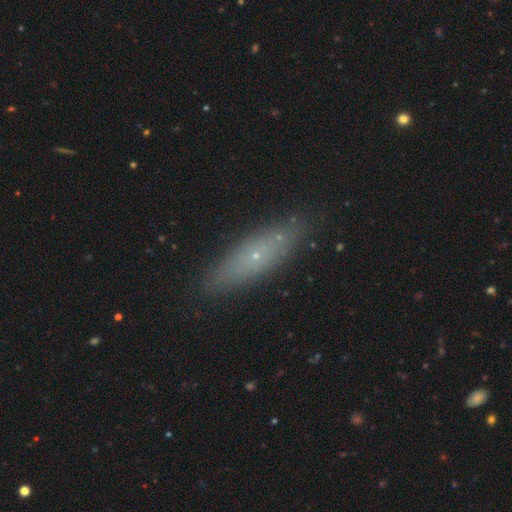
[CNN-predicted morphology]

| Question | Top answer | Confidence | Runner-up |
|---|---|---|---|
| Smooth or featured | smooth | 48% | featured or disk (41%) |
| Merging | none | 85% | minor disturbance (11%) |